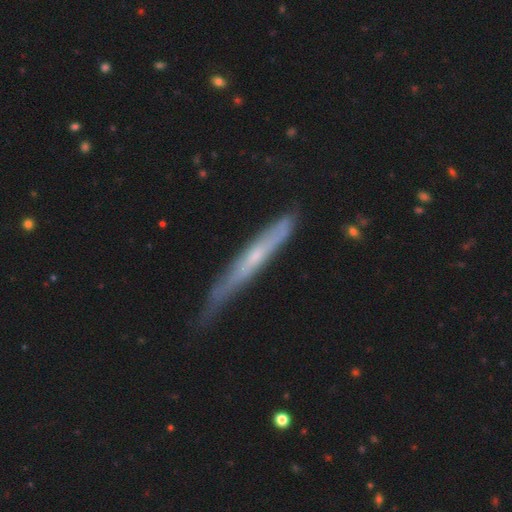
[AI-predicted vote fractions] smooth_or_featured: featured or disk (p=0.60) [alt: smooth p=0.32]
disk_edge_on: yes (p=0.87) [alt: no p=0.13]
edge_on_bulge: none (p=0.57) [alt: rounded p=0.39]
merging: none (p=0.62) [alt: minor disturbance p=0.30]